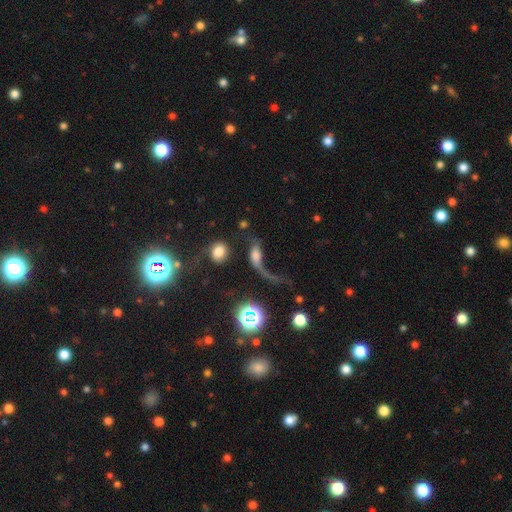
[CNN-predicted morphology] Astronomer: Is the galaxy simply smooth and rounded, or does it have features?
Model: featured or disk — 55% (runner-up: smooth, 30%).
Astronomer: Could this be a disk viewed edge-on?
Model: no — 89%.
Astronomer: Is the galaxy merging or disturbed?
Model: major disturbance — 41% (runner-up: none, 28%).